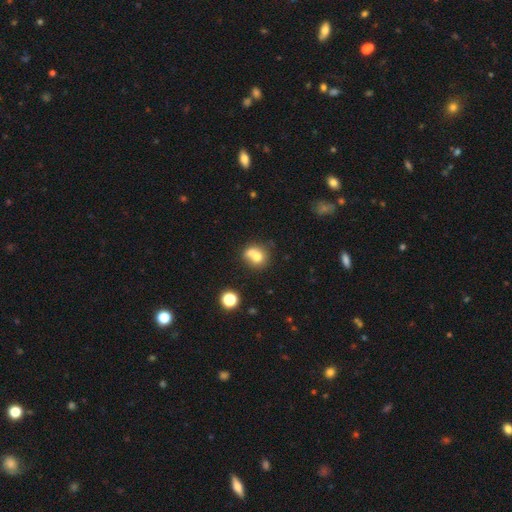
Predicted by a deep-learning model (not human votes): smooth 69%, featured or disk 19%, star or artifact 12%. Down the decision tree: how rounded — round (75%); merging — merger (56%).